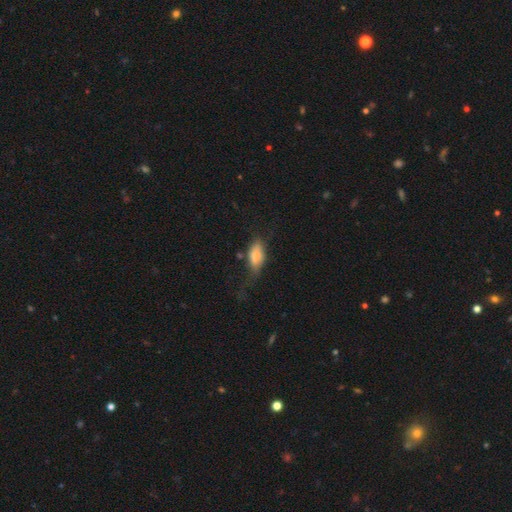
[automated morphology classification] Smooth or featured? Predicted: smooth (p=0.73). How rounded? Predicted: in between (p=0.84). Merging? Predicted: none (p=0.35).